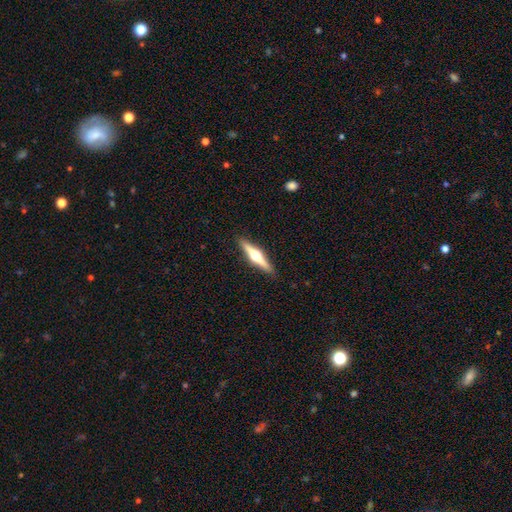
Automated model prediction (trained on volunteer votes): smooth_or_featured: featured or disk (p=0.71) [alt: smooth p=0.24]
disk_edge_on: yes (p=0.98) [alt: no p=0.02]
edge_on_bulge: rounded (p=0.96) [alt: boxy p=0.02]
merging: none (p=0.91) [alt: minor disturbance p=0.06]